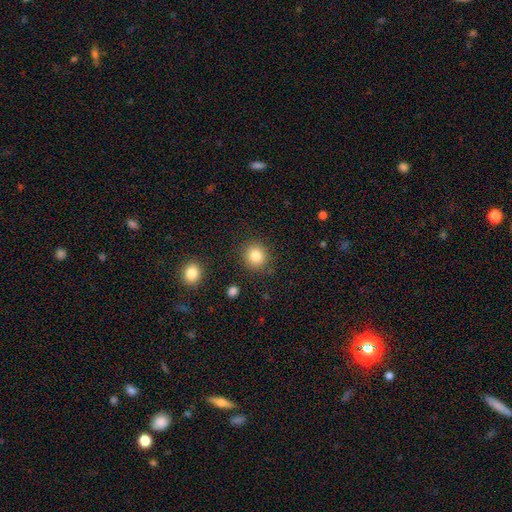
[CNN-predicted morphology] A smooth galaxy with no disk features (83%) that is round (89%). Merging: none (88%).